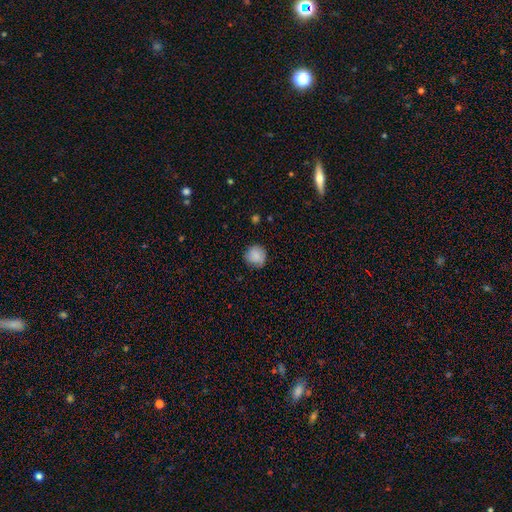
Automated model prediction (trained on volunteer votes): Smooth or featured?
  - smooth: 85% *
  - star or artifact: 8%
  - featured or disk: 6%
How rounded?
  - round: 91% *
  - in between: 8%
  - cigar-shaped: 1%
Merging?
  - none: 78% *
  - minor disturbance: 17%
  - major disturbance: 4%
  - merger: 1%